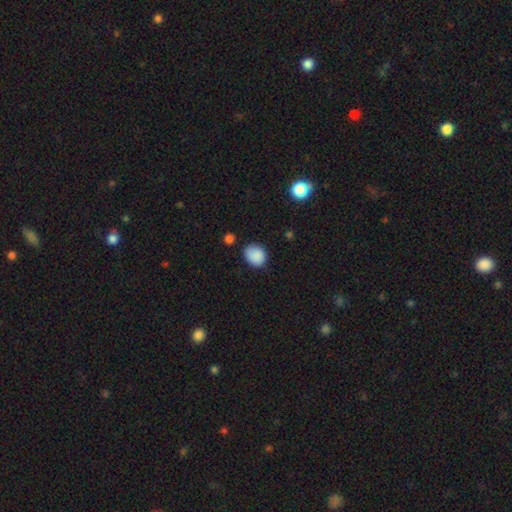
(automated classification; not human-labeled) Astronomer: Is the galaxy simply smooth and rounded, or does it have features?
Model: smooth — 88%.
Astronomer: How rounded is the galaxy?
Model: round — 53% (runner-up: in between, 47%).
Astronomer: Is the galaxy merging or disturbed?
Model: none — 75%.